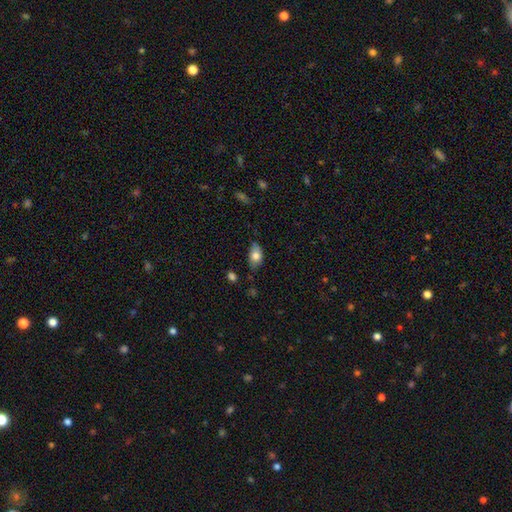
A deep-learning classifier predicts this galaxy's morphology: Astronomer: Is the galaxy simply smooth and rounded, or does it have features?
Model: smooth — 76%.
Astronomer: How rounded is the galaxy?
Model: in between — 89%.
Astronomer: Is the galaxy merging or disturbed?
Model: none — 69%.